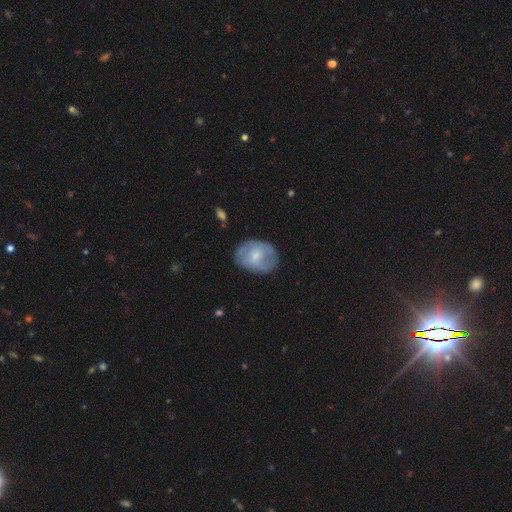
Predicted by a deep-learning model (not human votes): featured or disk 48%, smooth 46%, star or artifact 6%. Down the decision tree: merging — none (70%).